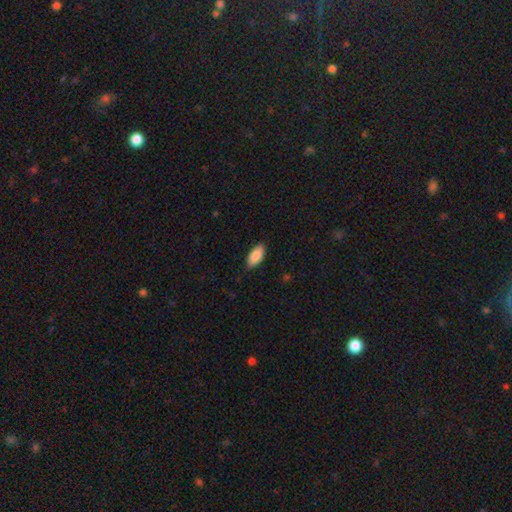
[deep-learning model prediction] The model was most divided on "how rounded": in between: 88%, cigar-shaped: 10%, round: 2%. More confident: smooth or featured — smooth (90%); merging — none (88%).